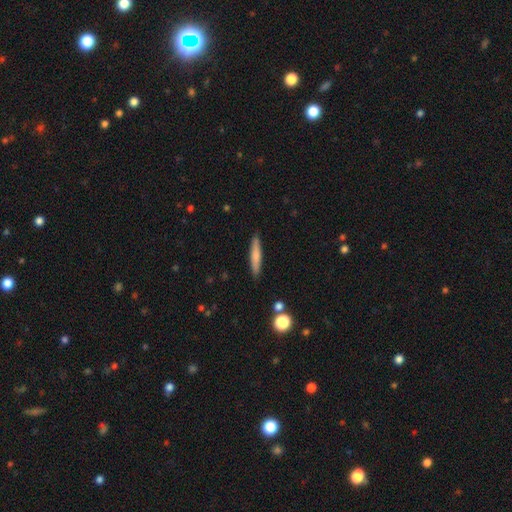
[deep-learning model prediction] This is likely a smooth galaxy (69%). How rounded: clearly cigar-shaped (92%). Merging: clearly none (88%).